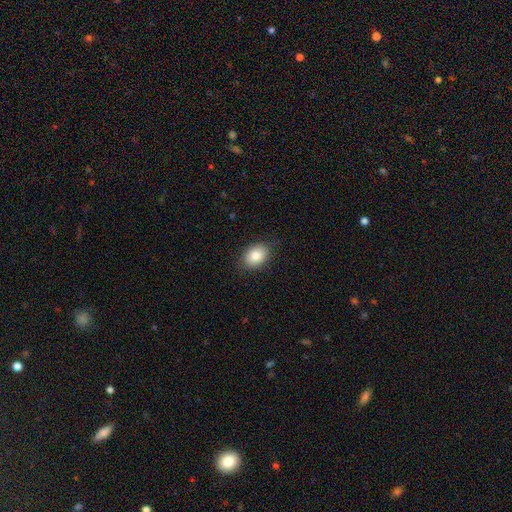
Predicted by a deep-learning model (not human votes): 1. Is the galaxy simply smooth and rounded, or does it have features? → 84% smooth, 8% featured or disk, 8% star or artifact.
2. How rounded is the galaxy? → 76% in between, 23% round, 1% cigar-shaped.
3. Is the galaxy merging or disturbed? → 85% none, 11% minor disturbance, 3% major disturbance, 1% merger.